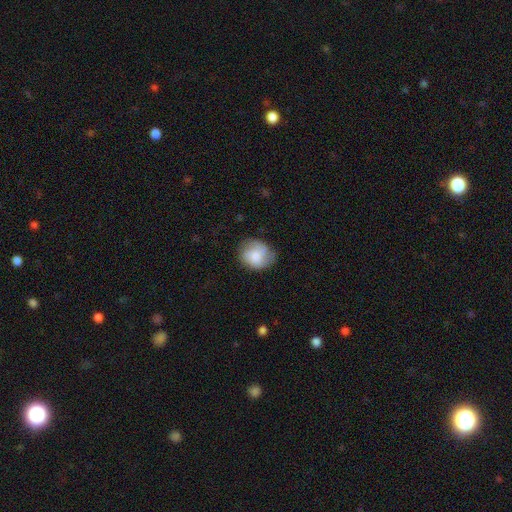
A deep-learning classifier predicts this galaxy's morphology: Smooth or featured? smooth (64%)
How rounded? round (70%)
Merging? none (68%)